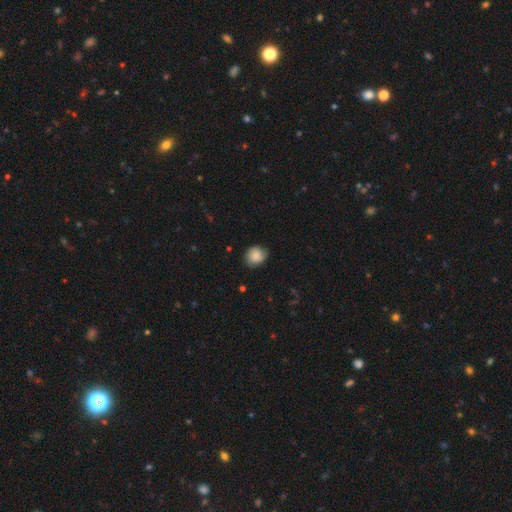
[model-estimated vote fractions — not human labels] Smooth or featured? smooth (81%)
How rounded? round (75%)
Merging? none (73%)